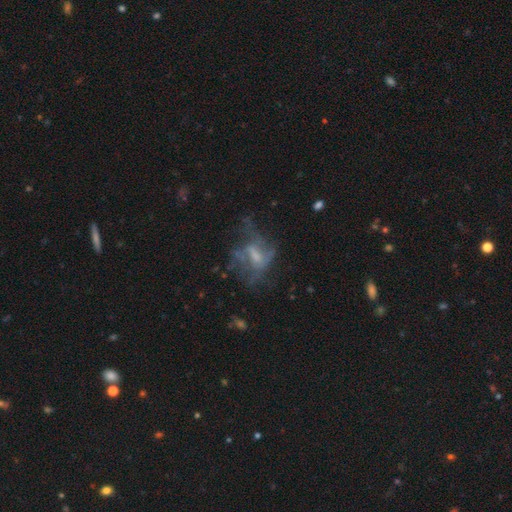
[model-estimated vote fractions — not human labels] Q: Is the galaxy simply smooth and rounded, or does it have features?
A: featured or disk — 60%.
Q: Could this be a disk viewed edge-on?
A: no — 96%.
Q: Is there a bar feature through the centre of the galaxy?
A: no — 50%.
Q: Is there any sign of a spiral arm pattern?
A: no — 60%.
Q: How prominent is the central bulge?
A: small — 34%.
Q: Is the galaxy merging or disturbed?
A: major disturbance — 40%.